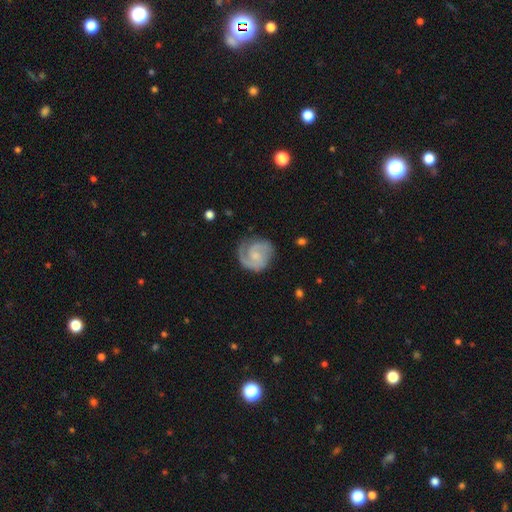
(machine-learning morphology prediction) The model was most divided on "spiral winding": tight: 45%, medium: 42%, loose: 13%. More confident: edge-on disk — no (98%); spiral arms — yes (96%); smooth or featured — featured or disk (79%); merging — none (72%); spiral arm count — 2 (67%); bar — no (57%); bulge size — small (52%).